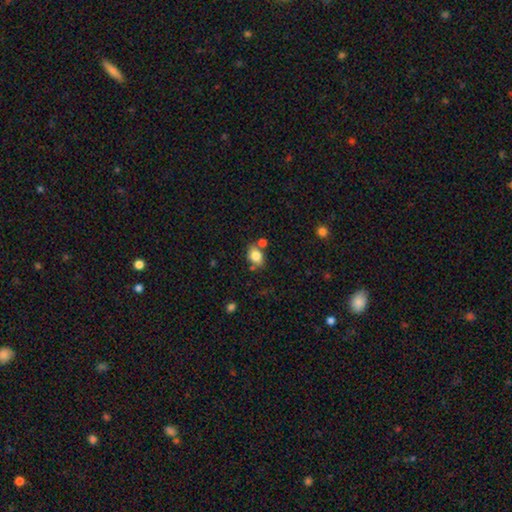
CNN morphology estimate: Smooth or featured?
  - smooth: 81% *
  - featured or disk: 10%
  - star or artifact: 9%
How rounded?
  - in between: 74% *
  - round: 25%
  - cigar-shaped: 1%
Merging?
  - none: 66% *
  - merger: 15%
  - minor disturbance: 15%
  - major disturbance: 4%